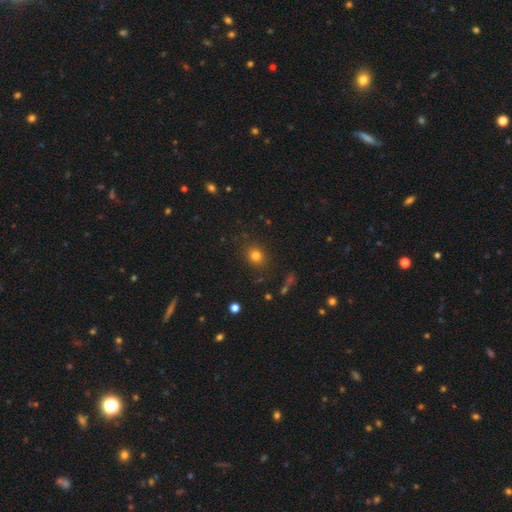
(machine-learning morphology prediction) smooth_or_featured: smooth (p=0.79) [alt: star or artifact p=0.15]
how_rounded: round (p=0.68) [alt: in between p=0.31]
merging: none (p=0.86) [alt: minor disturbance p=0.09]